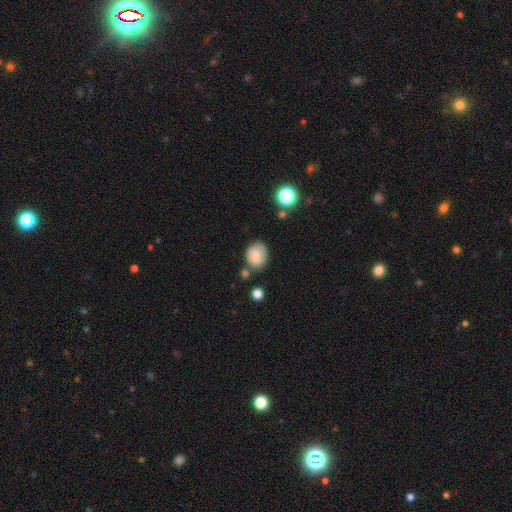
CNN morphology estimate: smooth-or-featured: smooth: 65% | featured or disk: 26% | star or artifact: 9%
  how-rounded: round: 58% | in between: 41% | cigar-shaped: 1%
  merging: none: 68% | minor disturbance: 19% | merger: 8% | major disturbance: 5%